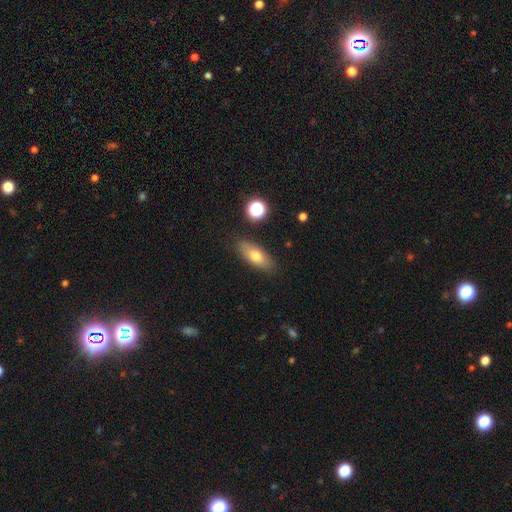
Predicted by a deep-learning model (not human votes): Smooth or featured? Predicted: smooth (p=0.71). How rounded? Predicted: in between (p=0.75). Merging? Predicted: none (p=0.84).